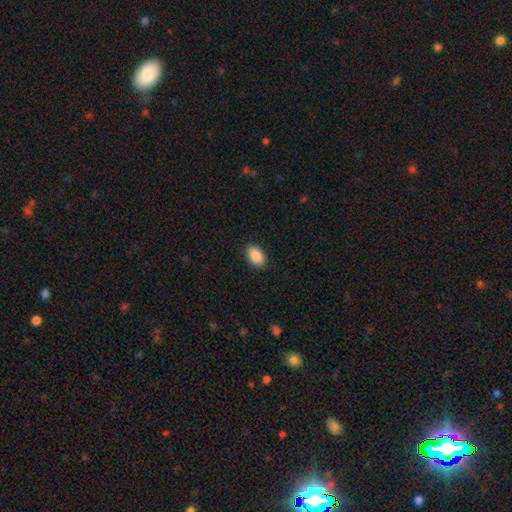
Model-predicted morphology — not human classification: This is clearly a smooth galaxy (89%). How rounded: clearly in between (93%). Merging: clearly none (89%).